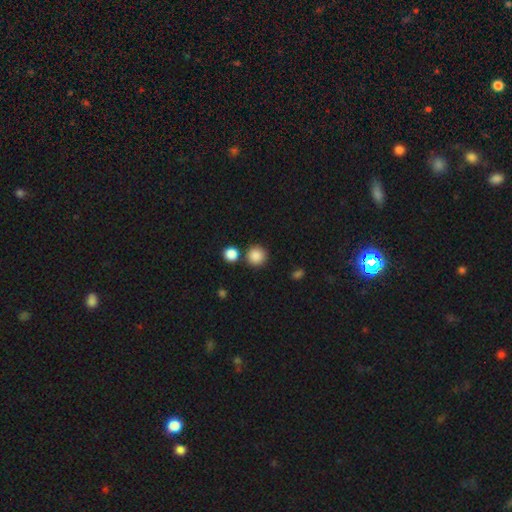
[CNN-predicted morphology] A smooth galaxy with no disk features (87%) that is round (93%).

Vote fractions:
- Smooth or featured? smooth: 87% / star or artifact: 10% / featured or disk: 4%
- How rounded? round: 93% / in between: 6% / cigar-shaped: 1%
- Merging? none: 80% / merger: 10% / minor disturbance: 8% / major disturbance: 3%